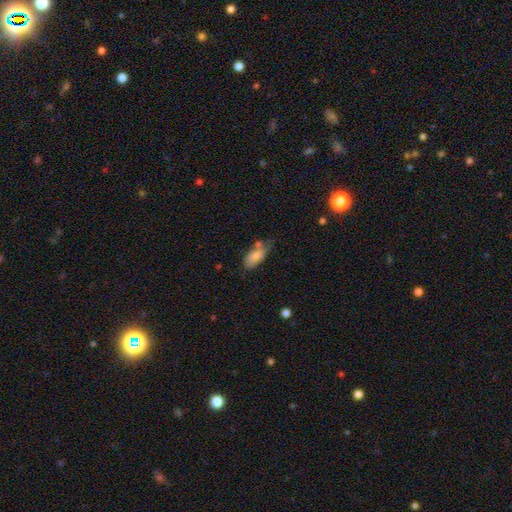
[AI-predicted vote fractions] A smooth galaxy with no disk features (78%) that is in between round and cigar-shaped (85%).

Vote fractions:
- Smooth or featured? smooth: 78% / featured or disk: 14% / star or artifact: 7%
- How rounded? in between: 85% / cigar-shaped: 12% / round: 3%
- Merging? none: 48% / minor disturbance: 28% / merger: 16% / major disturbance: 9%